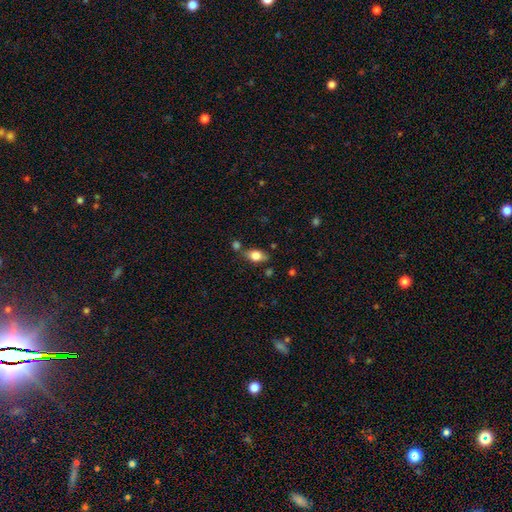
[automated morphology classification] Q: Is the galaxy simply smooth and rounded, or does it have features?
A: smooth — 76%.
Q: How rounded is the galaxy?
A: in between — 84%.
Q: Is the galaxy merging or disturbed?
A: none — 70%.